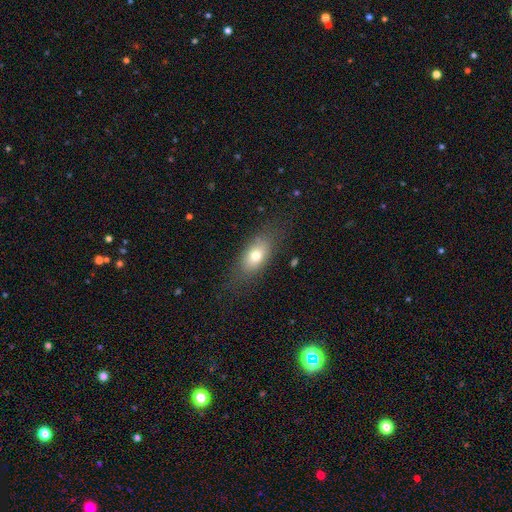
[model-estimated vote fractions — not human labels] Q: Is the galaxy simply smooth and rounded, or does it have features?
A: smooth — 73%.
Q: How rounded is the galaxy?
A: in between — 83%.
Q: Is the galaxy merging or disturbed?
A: none — 74%.